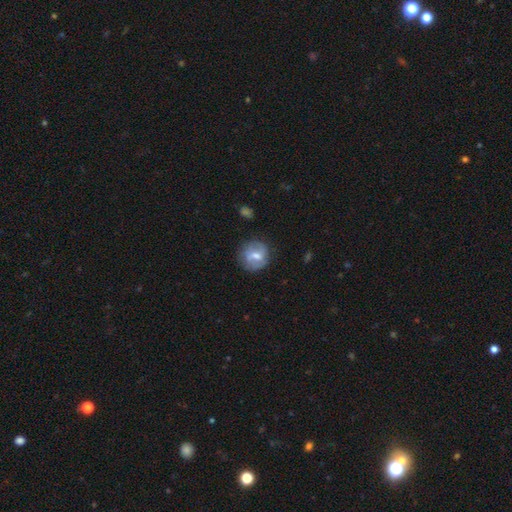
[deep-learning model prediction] Overall: smooth (47%; featured or disk 46%). Merging: none (73%).